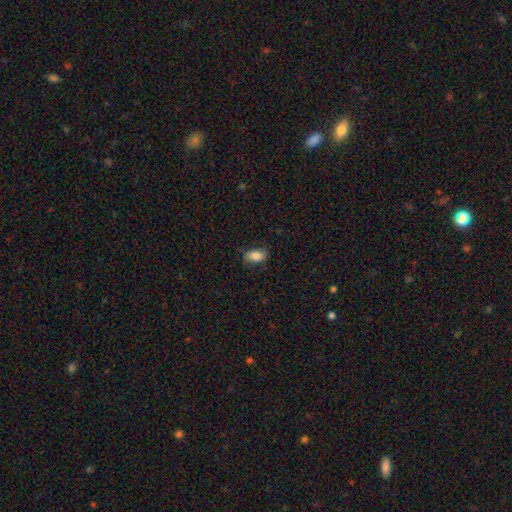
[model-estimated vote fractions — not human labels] Q: Smooth or featured?
A: smooth (74%); runner-up: featured or disk (18%)
Q: How rounded?
A: in between (87%); runner-up: round (11%)
Q: Merging?
A: none (72%); runner-up: minor disturbance (21%)